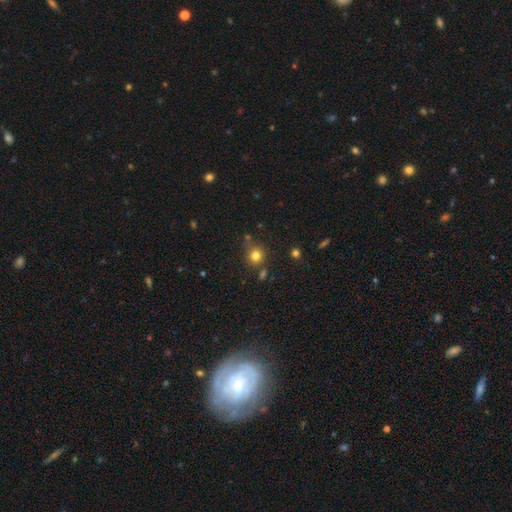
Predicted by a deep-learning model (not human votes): smooth_or_featured: smooth (p=0.79) [alt: star or artifact p=0.15]
how_rounded: round (p=0.89) [alt: in between p=0.10]
merging: none (p=0.74) [alt: minor disturbance p=0.13]